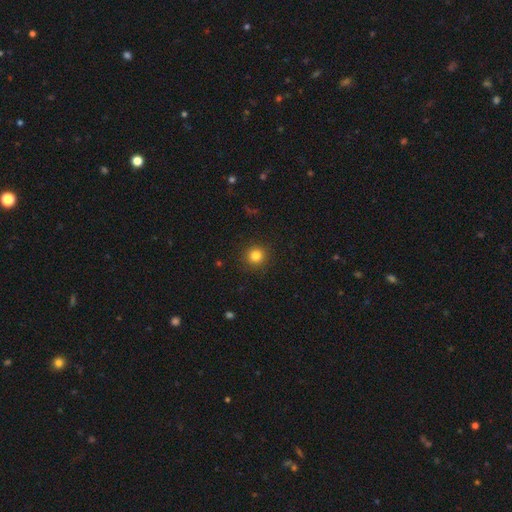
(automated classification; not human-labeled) Smooth or featured? smooth (83%)
How rounded? round (94%)
Merging? none (91%)